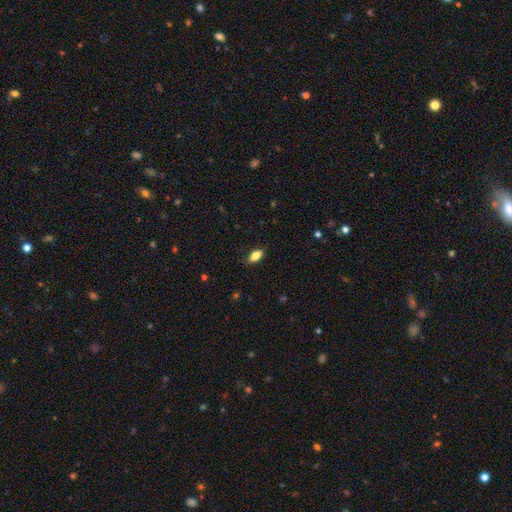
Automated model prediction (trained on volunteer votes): Q: Smooth or featured?
A: smooth (82%); runner-up: featured or disk (10%)
Q: How rounded?
A: in between (85%); runner-up: cigar-shaped (10%)
Q: Merging?
A: none (81%); runner-up: minor disturbance (15%)